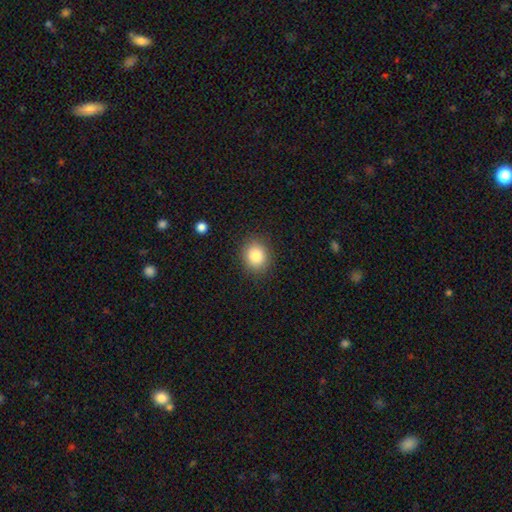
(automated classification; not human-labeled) This appears to be a smooth galaxy with no disk features (83%) that is round (70%). Merging: none (88%).